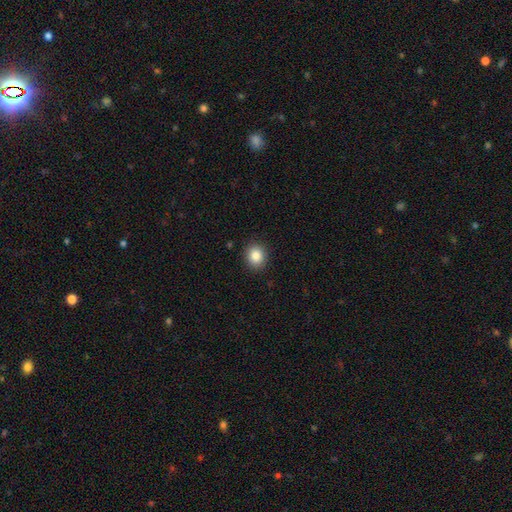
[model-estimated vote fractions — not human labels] Smooth or featured? smooth (84%)
How rounded? round (75%)
Merging? none (90%)